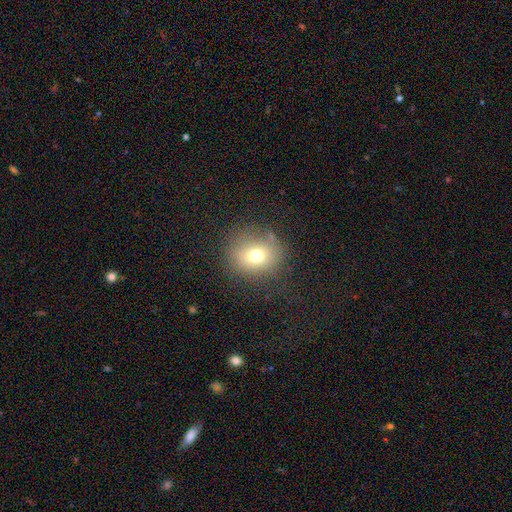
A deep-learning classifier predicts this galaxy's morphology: Smooth or featured?
  - smooth: 69% *
  - star or artifact: 16%
  - featured or disk: 14%
How rounded?
  - round: 74% *
  - in between: 25%
  - cigar-shaped: 1%
Merging?
  - none: 76% *
  - minor disturbance: 14%
  - major disturbance: 8%
  - merger: 2%